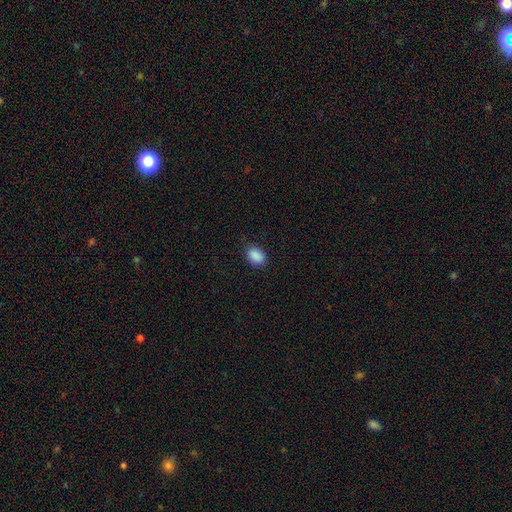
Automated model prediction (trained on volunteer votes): smooth 90%, star or artifact 8%, featured or disk 3%. Down the decision tree: how rounded — in between (81%); merging — none (85%).